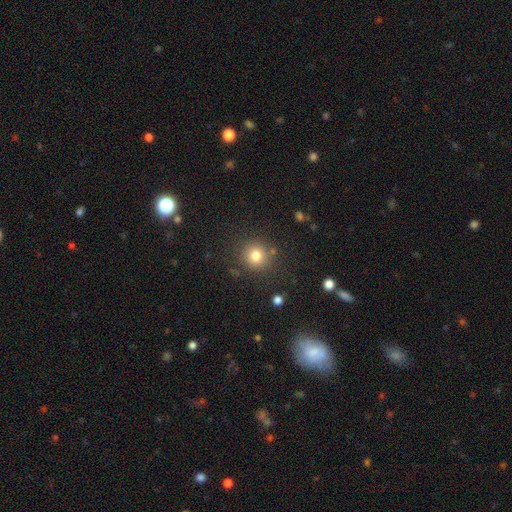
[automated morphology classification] The model was most divided on "smooth or featured": smooth: 79%, star or artifact: 14%, featured or disk: 7%. More confident: how rounded — round (90%); merging — none (83%).